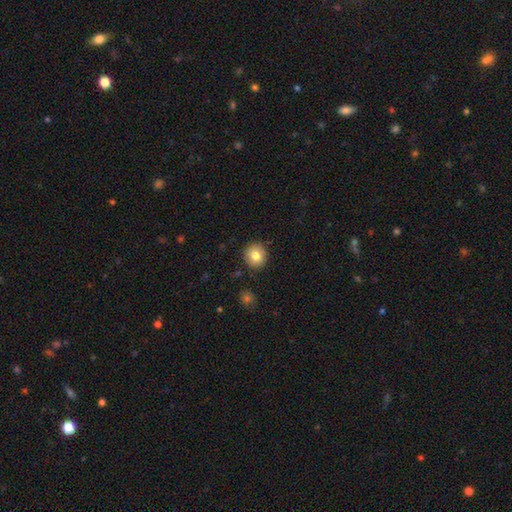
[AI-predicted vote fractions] smooth_or_featured: smooth (p=0.81) [alt: featured or disk p=0.10]
how_rounded: round (p=0.91) [alt: in between p=0.08]
merging: none (p=0.90) [alt: minor disturbance p=0.07]